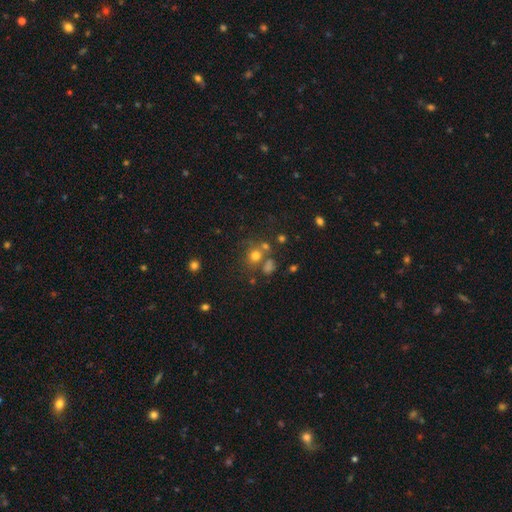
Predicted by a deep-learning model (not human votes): smooth_or_featured: smooth (p=0.70) [alt: star or artifact p=0.19]
how_rounded: round (p=0.79) [alt: in between p=0.20]
merging: none (p=0.58) [alt: merger p=0.22]